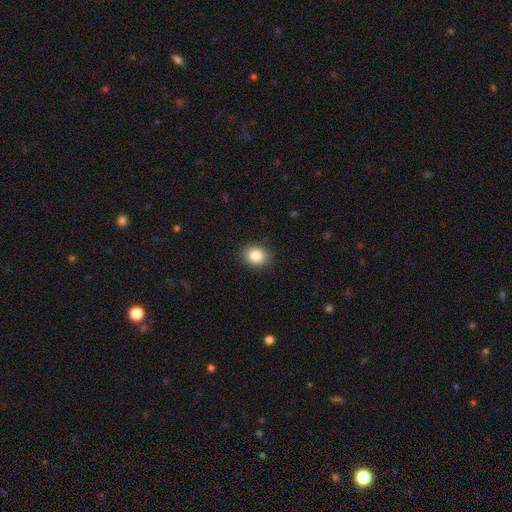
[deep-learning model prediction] smooth_or_featured: smooth (p=0.84) [alt: star or artifact p=0.09]
how_rounded: round (p=0.55) [alt: in between p=0.44]
merging: none (p=0.89) [alt: minor disturbance p=0.08]